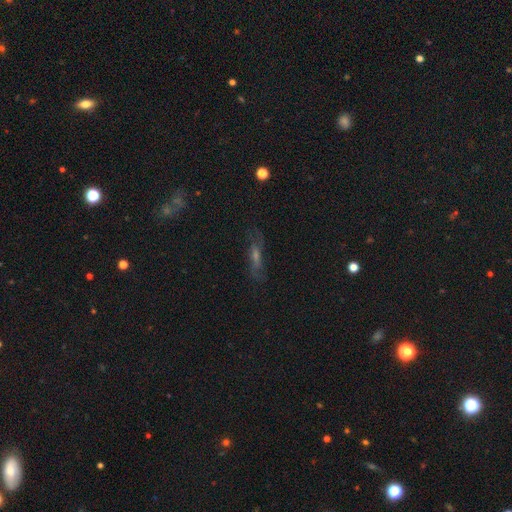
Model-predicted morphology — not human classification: A featured or disk galaxy (46%).

Vote fractions:
- Smooth or featured? featured or disk: 46% / smooth: 31% / star or artifact: 23%
- Merging? none: 73% / minor disturbance: 16% / major disturbance: 8% / merger: 2%